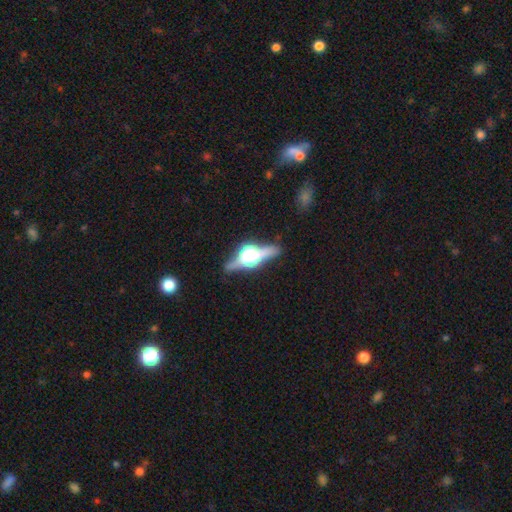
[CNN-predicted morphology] Smooth or featured?
  - featured or disk: 57% *
  - smooth: 25%
  - star or artifact: 18%
Edge-on disk?
  - yes: 86% *
  - no: 14%
Merging?
  - none: 74% *
  - minor disturbance: 13%
  - major disturbance: 8%
  - merger: 5%